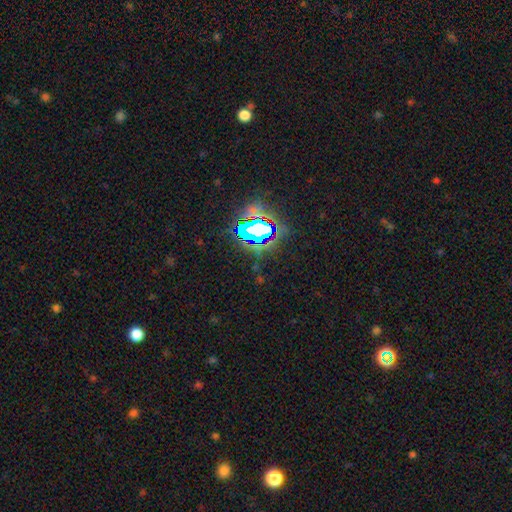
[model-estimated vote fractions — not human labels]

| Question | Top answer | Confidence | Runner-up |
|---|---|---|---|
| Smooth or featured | star or artifact | 79% | smooth (13%) |